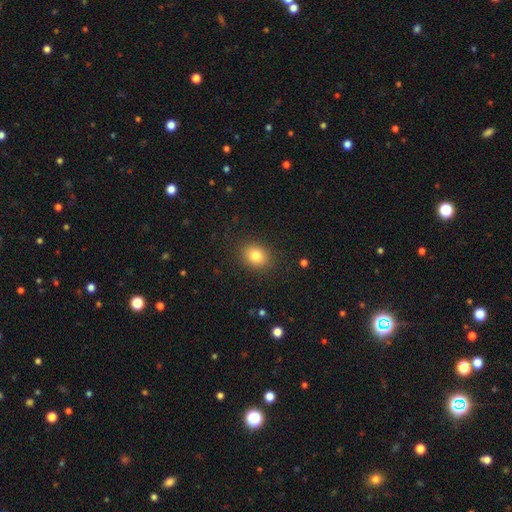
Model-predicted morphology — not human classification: type=smooth (81%); roundness=round (51%); merging=none (88%).